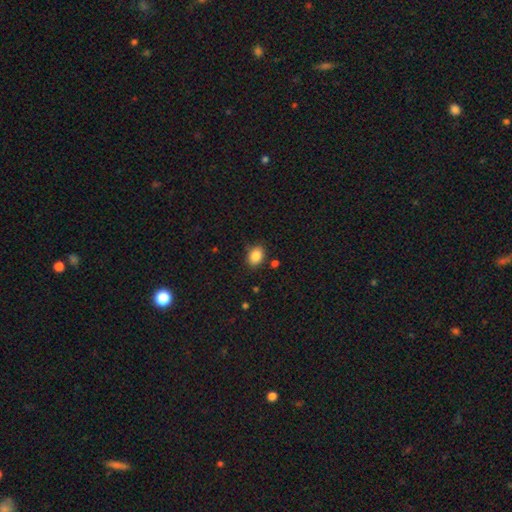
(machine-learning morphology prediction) smooth_or_featured: smooth (p=0.86) [alt: star or artifact p=0.09]
how_rounded: in between (p=0.69) [alt: round p=0.30]
merging: none (p=0.81) [alt: minor disturbance p=0.13]